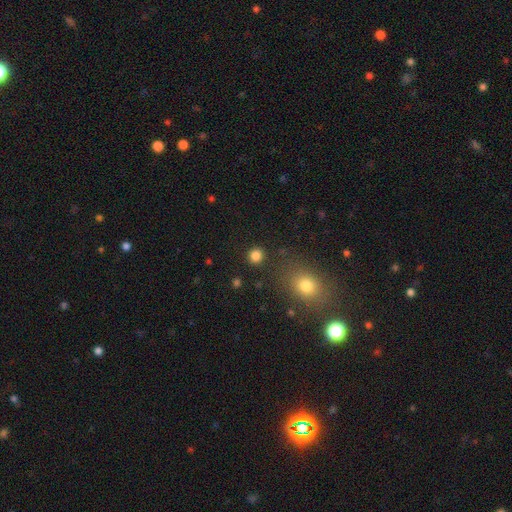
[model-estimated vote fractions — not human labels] This is clearly a smooth galaxy (83%). How rounded: clearly round (90%). Merging: clearly none (89%).